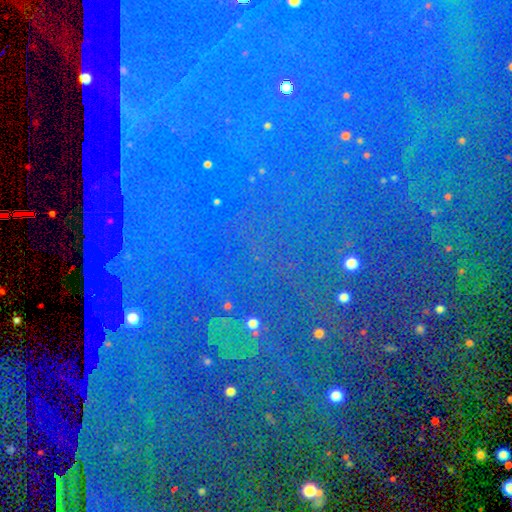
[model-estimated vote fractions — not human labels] Smooth or featured? star or artifact (83%)